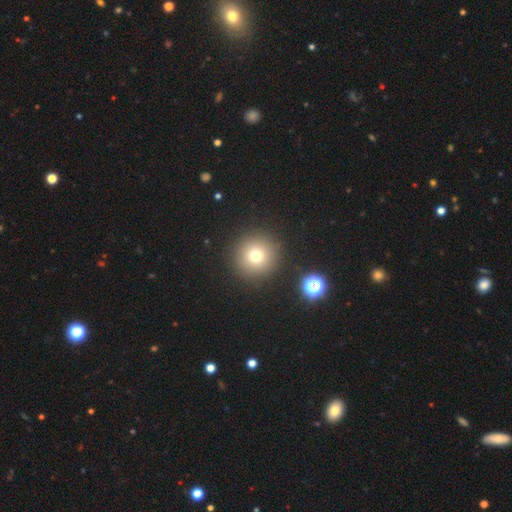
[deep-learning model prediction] Overall: smooth (75%). How rounded: round (95%). Merging: none (90%).